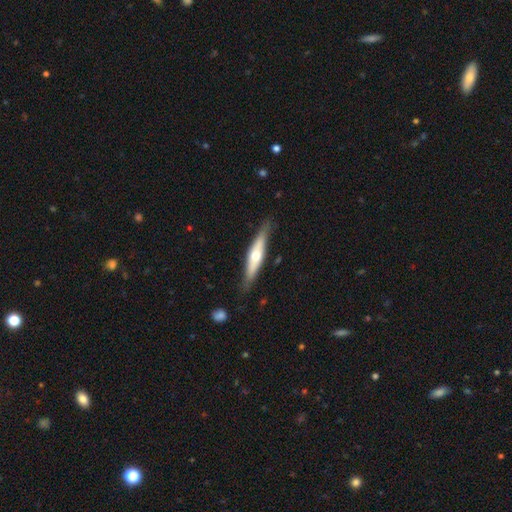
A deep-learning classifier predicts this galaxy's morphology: This is possibly a featured or disk galaxy (54%). It is clearly viewed edge-on (88%). Merging: clearly none (81%).